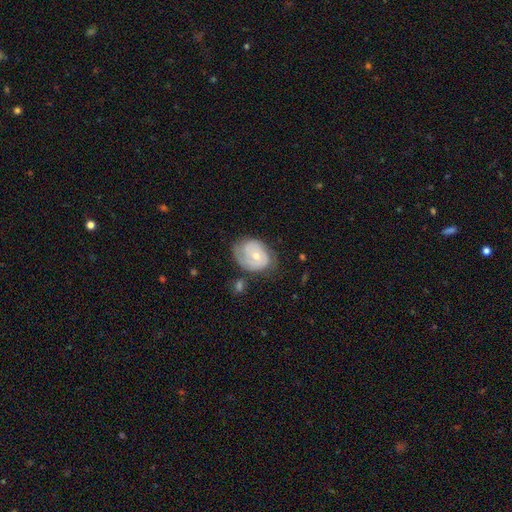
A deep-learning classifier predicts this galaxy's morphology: Smooth or featured?
  - featured or disk: 65% *
  - smooth: 29%
  - star or artifact: 6%
Edge-on disk?
  - no: 97% *
  - yes: 3%
Bar?
  - no: 75% *
  - weak: 22%
  - strong: 4%
Spiral arms?
  - yes: 81% *
  - no: 19%
Spiral winding?
  - tight: 58% *
  - medium: 30%
  - loose: 12%
Spiral arm count?
  - 2: 42% *
  - can't tell: 28%
  - 1: 19%
  - 3: 7%
  - 4: 2%
  - more than 4: 2%
Bulge size?
  - moderate: 53% *
  - small: 43%
  - large: 2%
  - none: 1%
  - dominant: 1%
Merging?
  - none: 52% *
  - minor disturbance: 30%
  - major disturbance: 14%
  - merger: 4%